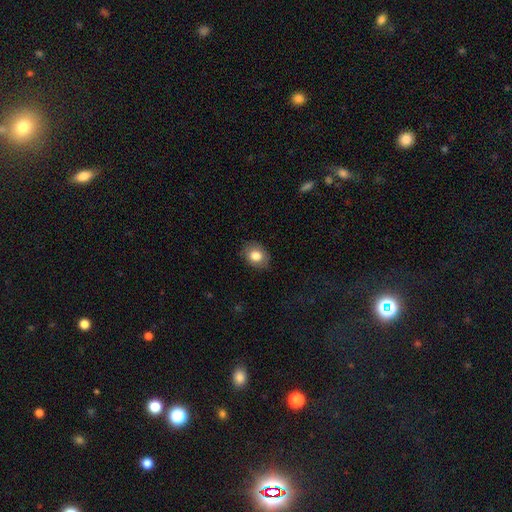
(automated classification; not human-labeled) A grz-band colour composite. It shows a smooth galaxy with no disk features (80%) that is in between round and cigar-shaped (52%). Merging: none (84%).